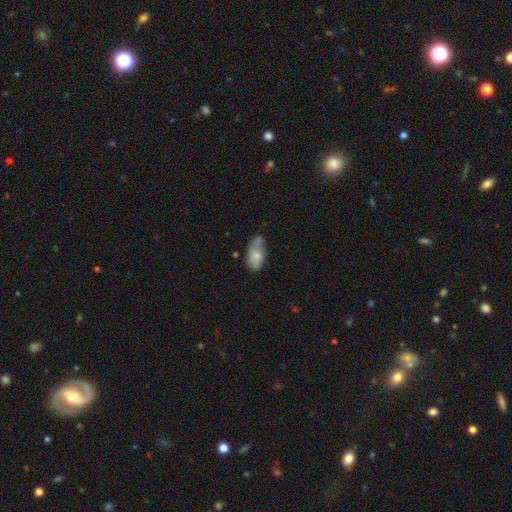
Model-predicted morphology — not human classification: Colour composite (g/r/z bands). It shows a smooth galaxy with no disk features (74%) that is in between round and cigar-shaped (91%). Merging: none (42%).